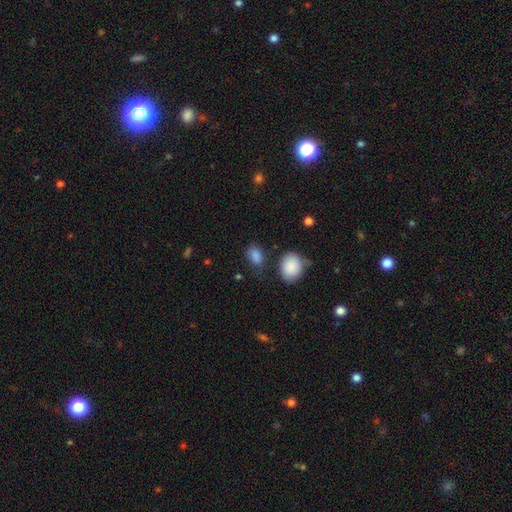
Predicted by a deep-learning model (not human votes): Smooth or featured? smooth (85%)
How rounded? in between (82%)
Merging? none (65%)